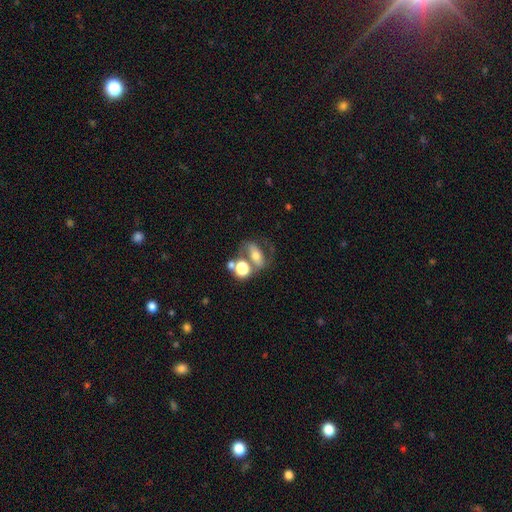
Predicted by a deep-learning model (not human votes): Smooth or featured? featured or disk (44%)
Merging? none (42%)